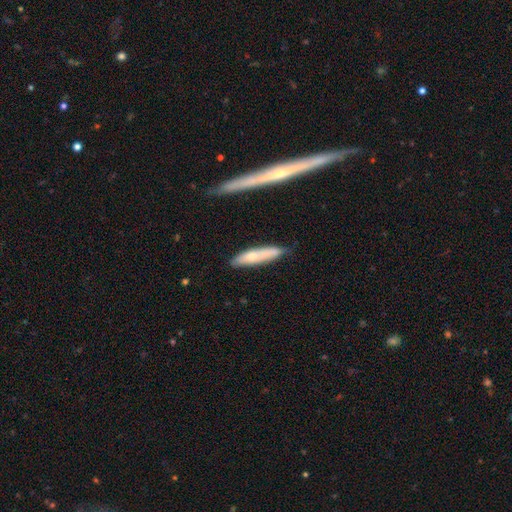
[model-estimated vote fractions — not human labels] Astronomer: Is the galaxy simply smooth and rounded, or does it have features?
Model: smooth — 60%.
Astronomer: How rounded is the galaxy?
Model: cigar-shaped — 73%.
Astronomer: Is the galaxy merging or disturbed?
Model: none — 75%.